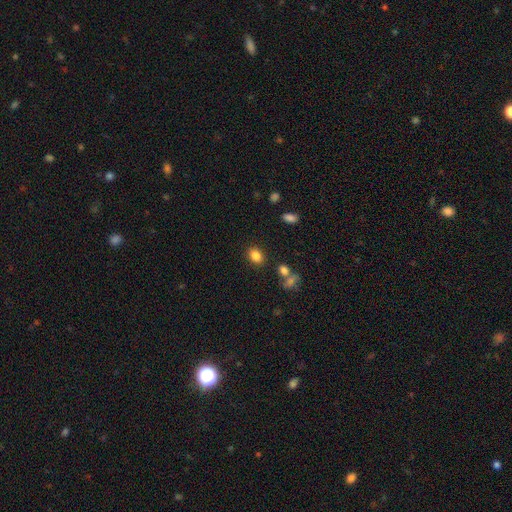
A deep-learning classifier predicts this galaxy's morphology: Smooth or featured? Predicted: smooth (p=0.84). How rounded? Predicted: in between (p=0.69). Merging? Predicted: none (p=0.83).